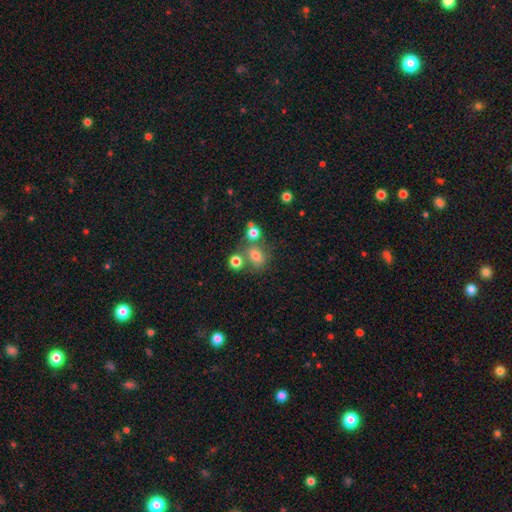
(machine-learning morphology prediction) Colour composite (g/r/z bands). It shows a smooth galaxy with no disk features (72%) that is round (56%). Merging: none (57%).